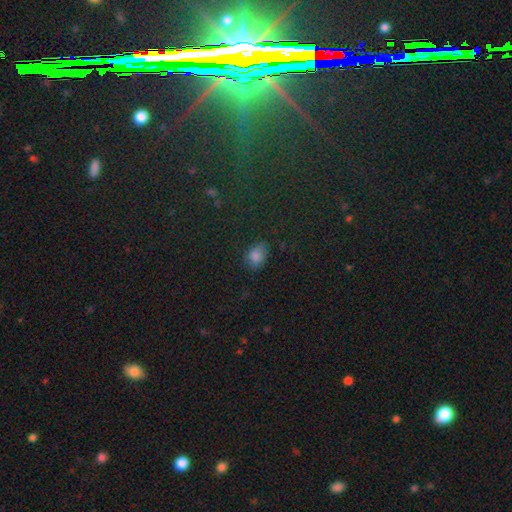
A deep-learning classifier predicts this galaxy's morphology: This is likely a smooth galaxy (79%). How rounded: likely in between (75%). Merging: likely none (72%).